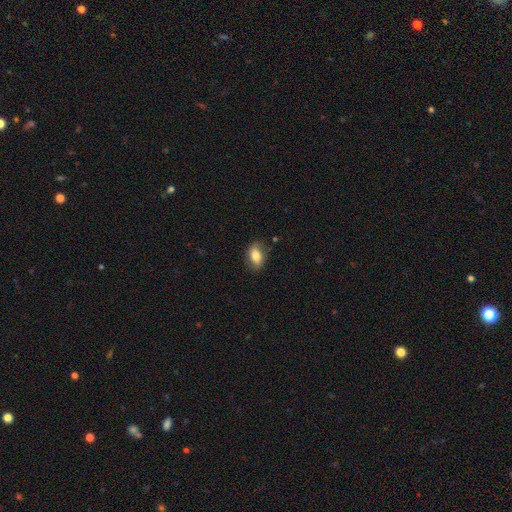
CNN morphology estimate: Smooth or featured? Predicted: smooth (p=0.70). How rounded? Predicted: in between (p=0.86). Merging? Predicted: none (p=0.76).